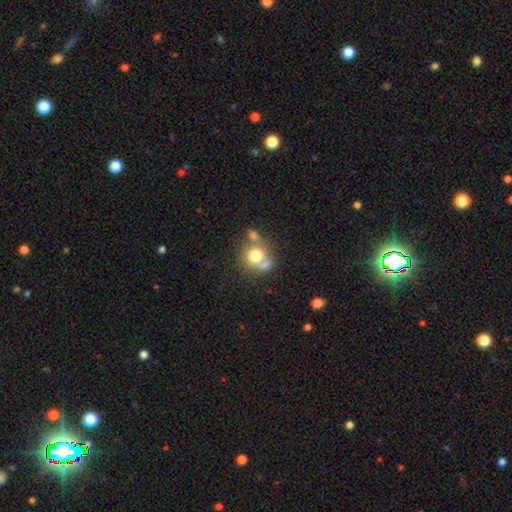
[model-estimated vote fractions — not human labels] smooth-or-featured: smooth: 72% | featured or disk: 18% | star or artifact: 10%
  how-rounded: round: 79% | in between: 20% | cigar-shaped: 1%
  merging: merger: 41% | none: 40% | minor disturbance: 12% | major disturbance: 7%